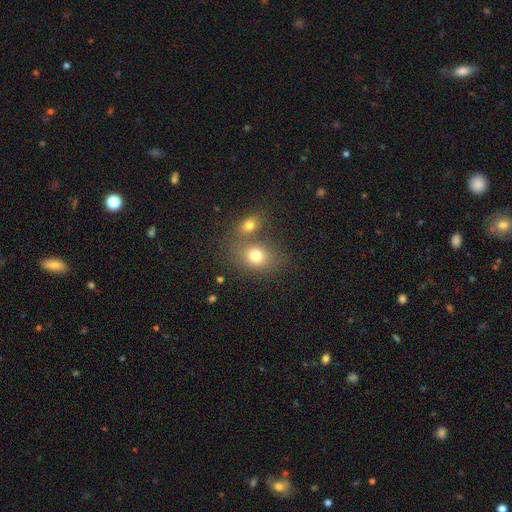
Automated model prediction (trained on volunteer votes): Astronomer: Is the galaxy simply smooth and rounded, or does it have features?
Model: smooth — 76%.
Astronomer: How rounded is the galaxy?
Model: in between — 50% (runner-up: round, 48%).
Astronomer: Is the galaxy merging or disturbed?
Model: none — 48% (runner-up: merger, 37%).